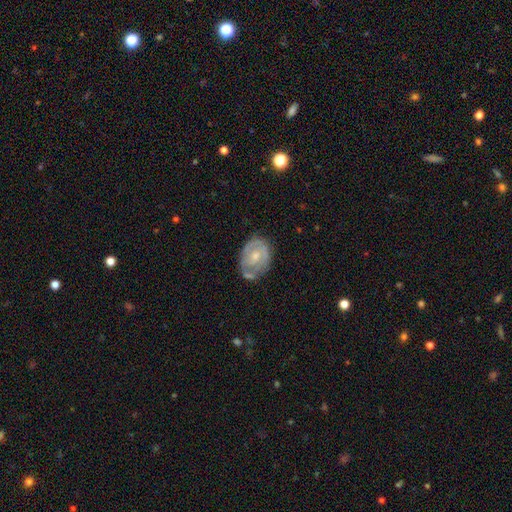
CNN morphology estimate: This appears to be a featured or disk galaxy (71%) with no bar (66%), 2 (46%) tight (56%) spiral arms (78%) and a moderate central bulge (48%). Merging: none (56%).